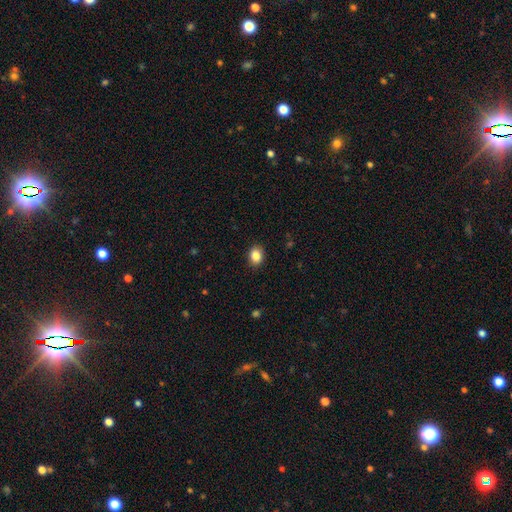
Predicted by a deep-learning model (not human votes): Morphology: type=smooth (86%); roundness=in between (60%); merging=none (89%).